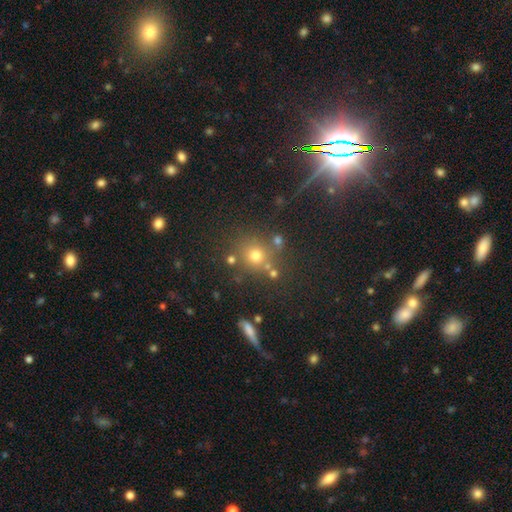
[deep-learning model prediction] Morphology: type=smooth (58%); roundness=round (88%); merging=none (74%).